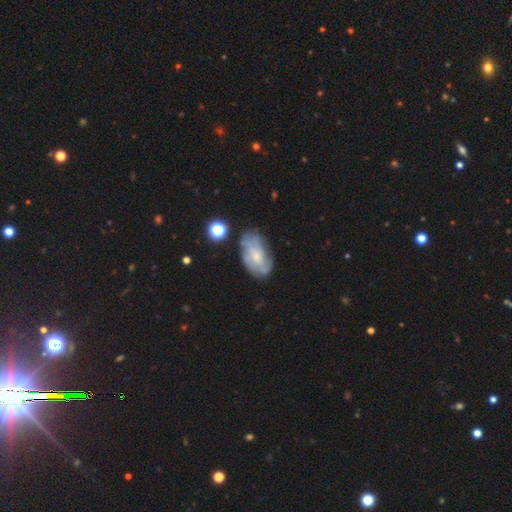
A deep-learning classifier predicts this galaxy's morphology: A featured or disk galaxy (64%) with no bar (68%), tight (43%) spiral arms (83%) and a small central bulge (59%).

Vote fractions:
- Smooth or featured? featured or disk: 64% / smooth: 28% / star or artifact: 8%
- Edge-on disk? no: 95% / yes: 5%
- Bar? no: 68% / weak: 28% / strong: 4%
- Spiral arms? yes: 83% / no: 17%
- Spiral winding? tight: 43% / medium: 38% / loose: 19%
- Spiral arm count? can't tell: 47% / 3: 17% / 2: 16% / 4: 11% / more than 4: 5% / 1: 4%
- Bulge size? small: 59% / moderate: 28% / none: 9% / large: 2% / dominant: 1%
- Merging? none: 65% / minor disturbance: 22% / major disturbance: 9% / merger: 4%